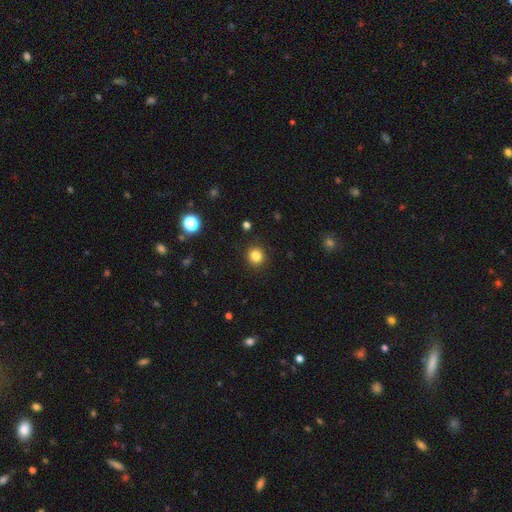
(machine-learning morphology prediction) Q: Smooth or featured?
A: smooth (83%); runner-up: star or artifact (12%)
Q: How rounded?
A: round (93%); runner-up: in between (6%)
Q: Merging?
A: none (91%); runner-up: minor disturbance (5%)